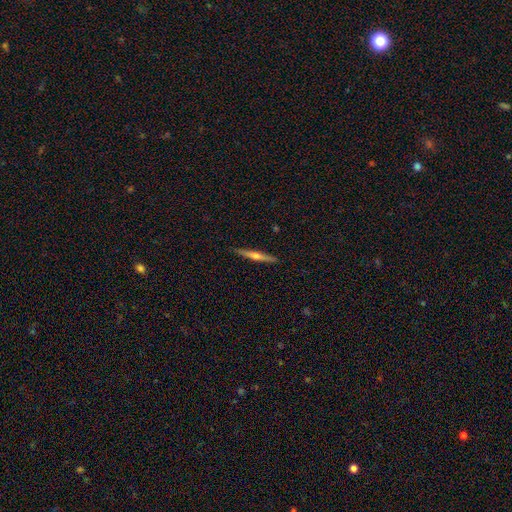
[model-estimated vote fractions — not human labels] Smooth or featured? Predicted: featured or disk (p=0.62). Edge-on disk? Predicted: yes (p=0.97). Edge-on bulge? Predicted: rounded (p=0.84). Merging? Predicted: none (p=0.91).